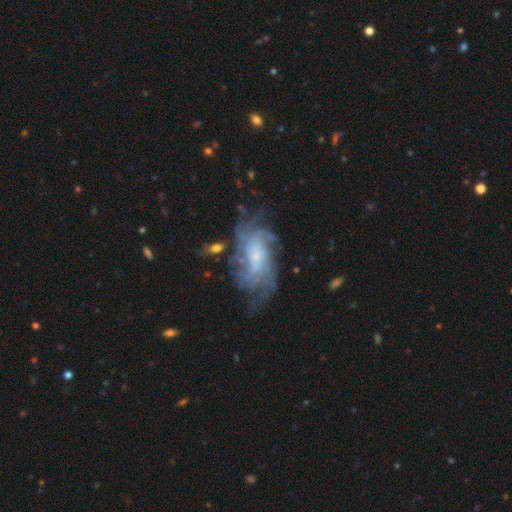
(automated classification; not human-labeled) Q: Smooth or featured?
A: featured or disk (80%); runner-up: smooth (12%)
Q: Edge-on disk?
A: no (95%); runner-up: yes (5%)
Q: Bar?
A: no (64%); runner-up: weak (30%)
Q: Spiral arms?
A: yes (92%); runner-up: no (8%)
Q: Spiral winding?
A: tight (47%); runner-up: medium (36%)
Q: Spiral arm count?
A: can't tell (40%); runner-up: 4 (22%)
Q: Bulge size?
A: small (62%); runner-up: moderate (25%)
Q: Merging?
A: none (63%); runner-up: minor disturbance (19%)